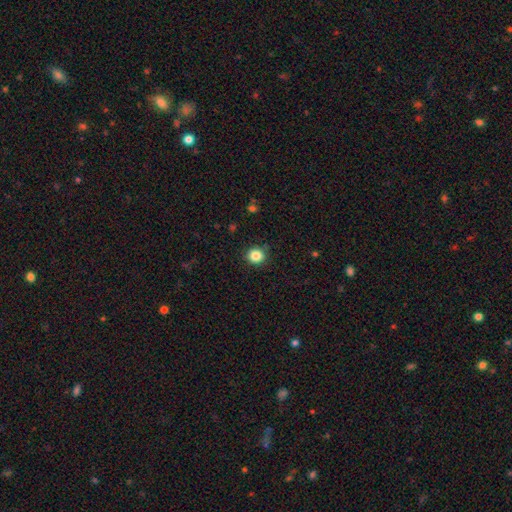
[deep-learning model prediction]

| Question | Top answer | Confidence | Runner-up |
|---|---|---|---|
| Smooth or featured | smooth | 85% | star or artifact (11%) |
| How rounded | round | 86% | in between (13%) |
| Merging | none | 89% | minor disturbance (8%) |